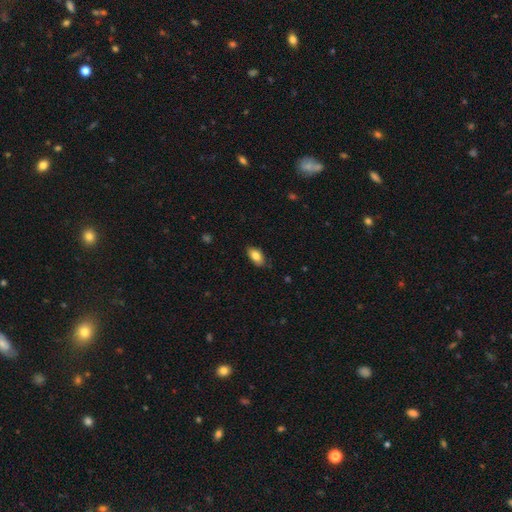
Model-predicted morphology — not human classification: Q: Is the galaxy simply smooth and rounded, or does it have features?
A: smooth — 82%.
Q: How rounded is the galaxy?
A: in between — 93%.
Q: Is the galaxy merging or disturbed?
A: none — 82%.